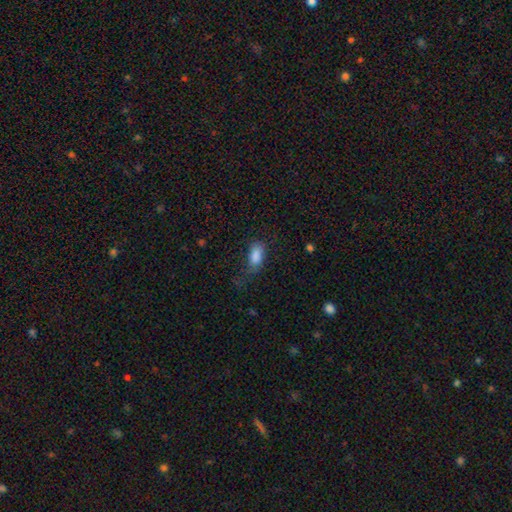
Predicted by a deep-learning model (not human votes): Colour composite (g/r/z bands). It shows a smooth galaxy with no disk features (84%) that is in between round and cigar-shaped (89%). Merging: none (45%).